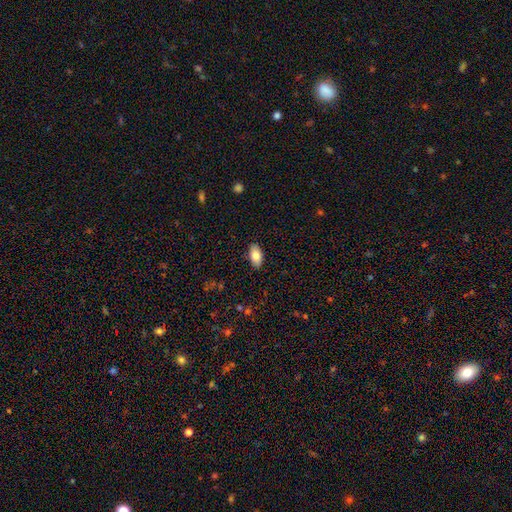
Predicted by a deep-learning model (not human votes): smooth_or_featured: smooth (p=0.81) [alt: featured or disk p=0.12]
how_rounded: in between (p=0.93) [alt: cigar-shaped p=0.04]
merging: none (p=0.88) [alt: minor disturbance p=0.09]